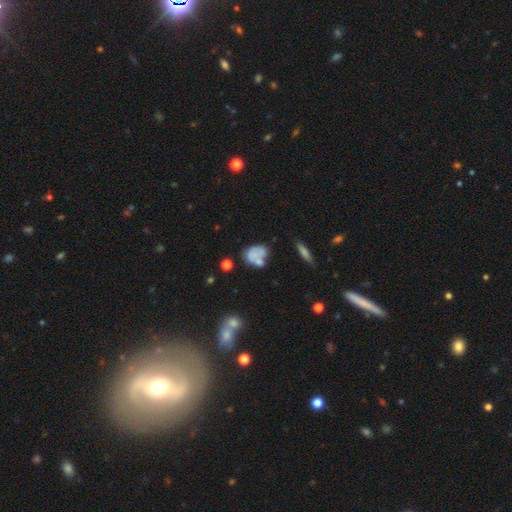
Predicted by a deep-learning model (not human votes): Smooth or featured: smooth — 56% (featured or disk — 34%)
How rounded: in between — 62% (round — 36%)
Merging: none — 38% (merger — 24%)